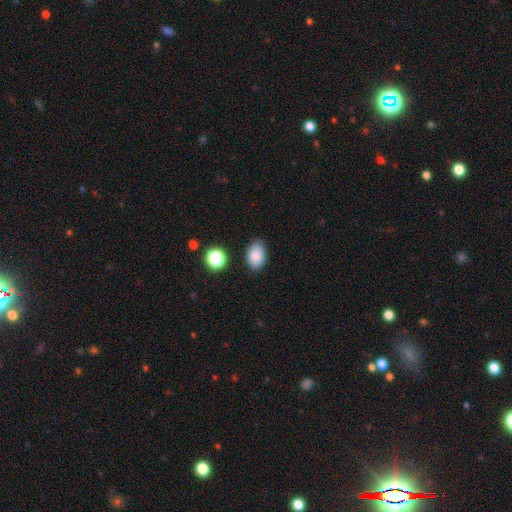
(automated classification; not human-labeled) A smooth galaxy with no disk features (86%) that is in between round and cigar-shaped (88%). Merging: none (84%).